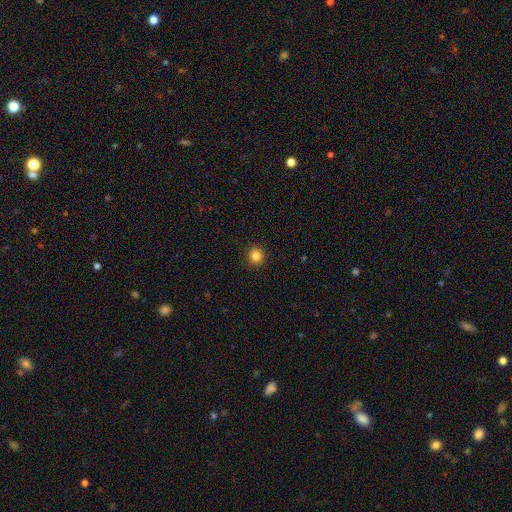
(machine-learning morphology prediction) Overall: smooth (83%). How rounded: round (93%). Merging: none (93%).